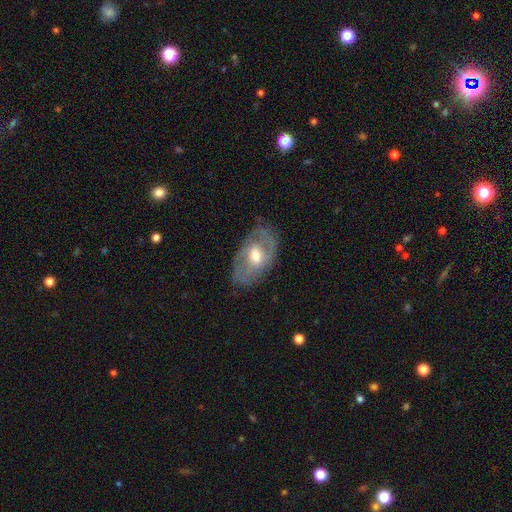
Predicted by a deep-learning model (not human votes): Smooth or featured? featured or disk (64%)
Edge-on disk? no (92%)
Bar? weak (43%, tied with no)
Spiral arms? yes (64%)
Bulge size? moderate (69%)
Merging? none (73%)